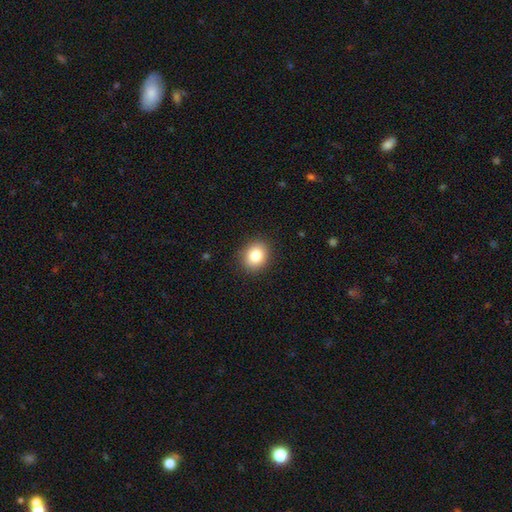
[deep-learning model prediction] A smooth galaxy with no disk features (82%) that is round (63%). Merging: none (90%).